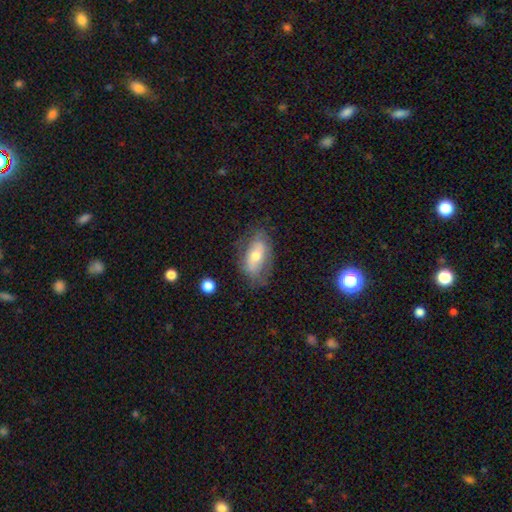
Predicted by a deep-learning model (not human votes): A smooth galaxy with no disk features (52%) that is in between round and cigar-shaped (88%). Merging: none (67%).